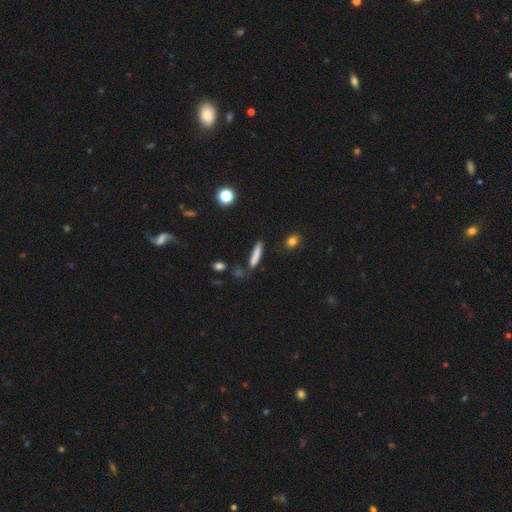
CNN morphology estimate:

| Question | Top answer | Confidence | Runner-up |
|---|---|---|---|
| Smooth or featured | smooth | 77% | featured or disk (14%) |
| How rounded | cigar-shaped | 88% | in between (9%) |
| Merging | none | 71% | minor disturbance (16%) |